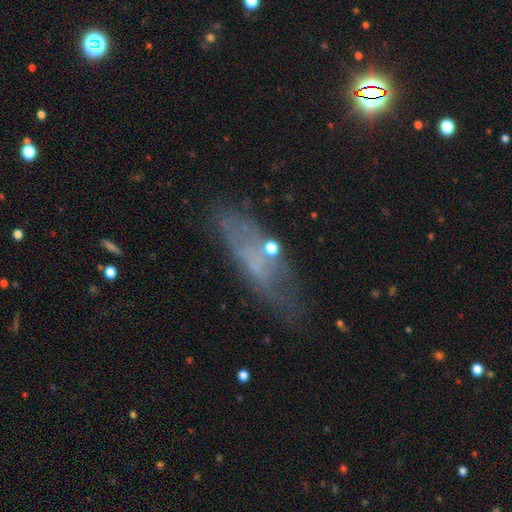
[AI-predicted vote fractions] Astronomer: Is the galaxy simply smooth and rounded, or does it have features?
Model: smooth — 42%, tied with featured or disk at 42%.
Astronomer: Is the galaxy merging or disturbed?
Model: none — 61%.